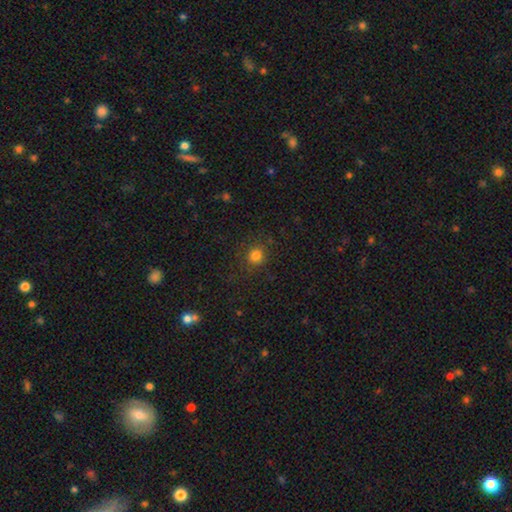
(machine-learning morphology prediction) Q: Smooth or featured?
A: smooth (80%); runner-up: star or artifact (15%)
Q: How rounded?
A: round (90%); runner-up: in between (9%)
Q: Merging?
A: none (85%); runner-up: minor disturbance (9%)